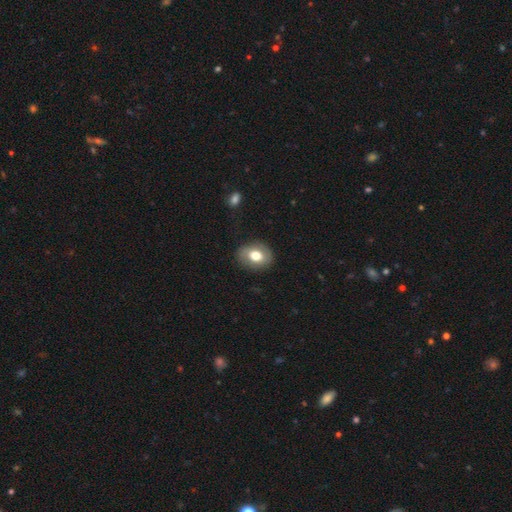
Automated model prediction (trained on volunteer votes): smooth 70%, featured or disk 23%, star or artifact 8%. Down the decision tree: how rounded — in between (64%); merging — none (82%).